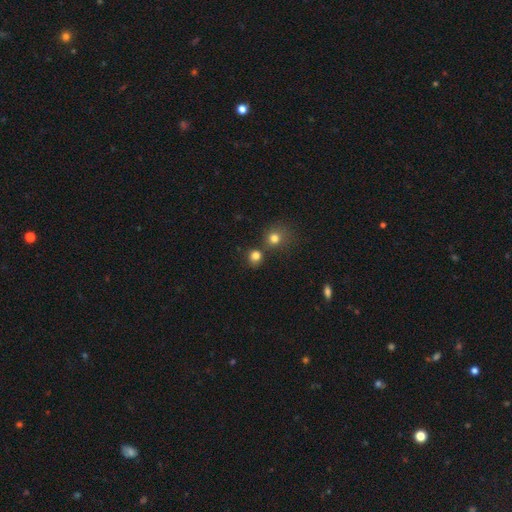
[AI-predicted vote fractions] Overall: smooth (80%). How rounded: round (86%). Merging: none (68%).